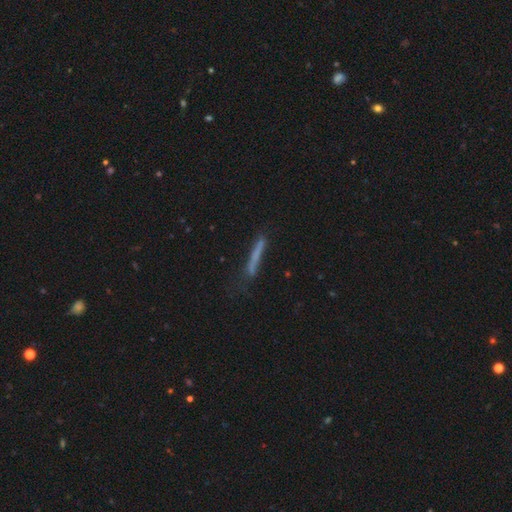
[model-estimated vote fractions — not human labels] smooth_or_featured: smooth (p=0.62) [alt: featured or disk p=0.28]
how_rounded: cigar-shaped (p=0.95) [alt: in between p=0.03]
merging: none (p=0.67) [alt: minor disturbance p=0.21]